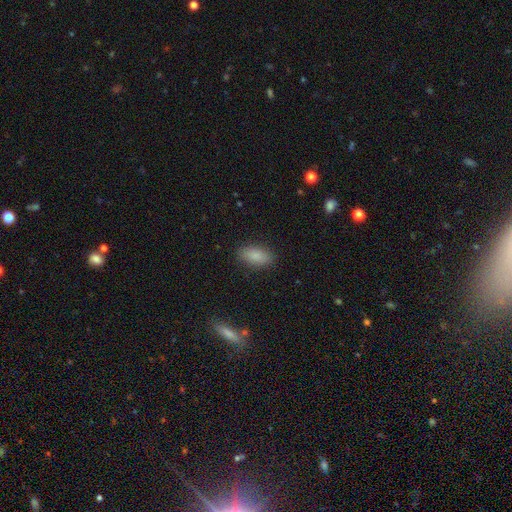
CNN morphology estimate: Smooth or featured? smooth (86%)
How rounded? in between (88%)
Merging? none (87%)